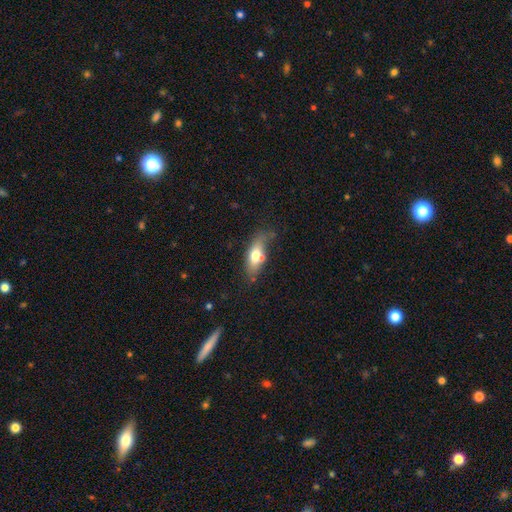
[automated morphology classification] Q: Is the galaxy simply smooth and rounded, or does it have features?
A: smooth — 65%.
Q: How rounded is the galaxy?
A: in between — 74%.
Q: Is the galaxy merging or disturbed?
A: none — 53%.